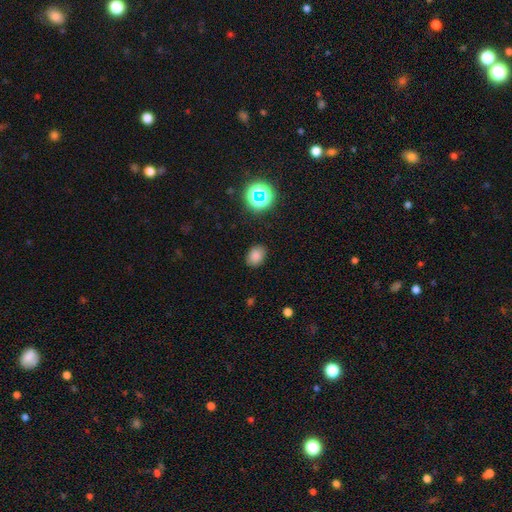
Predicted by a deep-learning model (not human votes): Smooth or featured? Predicted: smooth (p=0.80). How rounded? Predicted: in between (p=0.67). Merging? Predicted: none (p=0.86).